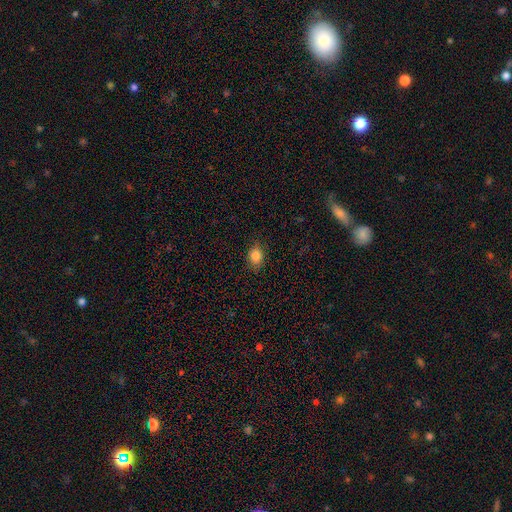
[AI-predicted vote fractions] smooth-or-featured: smooth: 84% | star or artifact: 10% | featured or disk: 6%
  how-rounded: in between: 63% | round: 36% | cigar-shaped: 1%
  merging: none: 84% | minor disturbance: 12% | major disturbance: 3% | merger: 1%